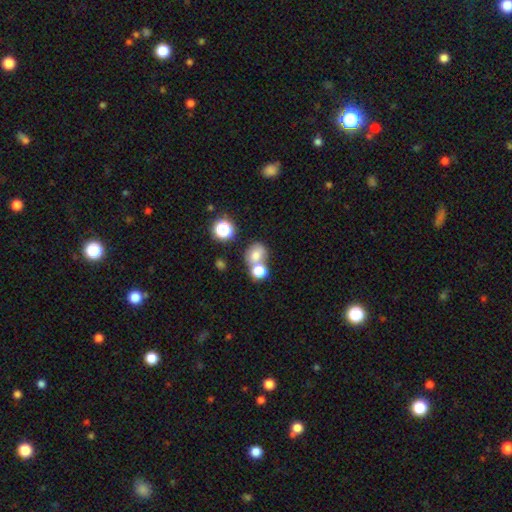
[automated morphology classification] A smooth galaxy with no disk features (73%) that is round (58%).

Vote fractions:
- Smooth or featured? smooth: 73% / star or artifact: 15% / featured or disk: 12%
- How rounded? round: 58% / in between: 41% / cigar-shaped: 1%
- Merging? none: 46% / merger: 39% / minor disturbance: 11% / major disturbance: 5%